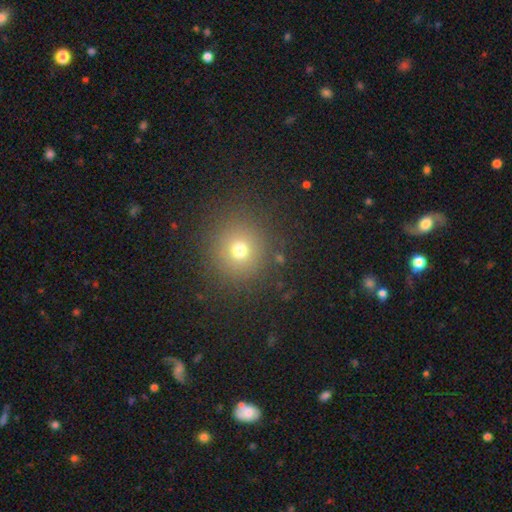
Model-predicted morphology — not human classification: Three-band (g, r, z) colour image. It shows a smooth galaxy with no disk features (61%) that is round (93%). Merging: none (91%).